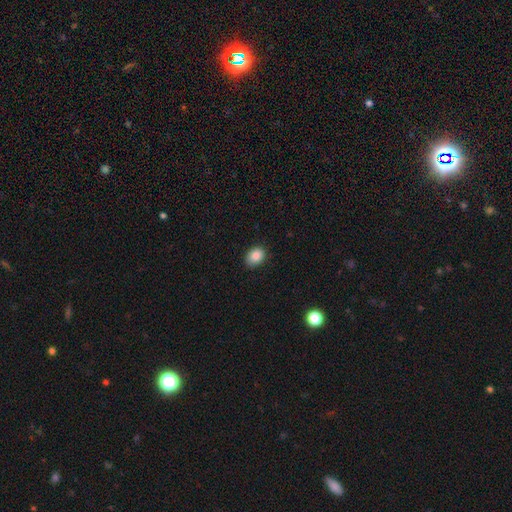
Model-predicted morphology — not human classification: A smooth galaxy with no disk features (86%) that is in between round and cigar-shaped (65%). Merging: none (82%).